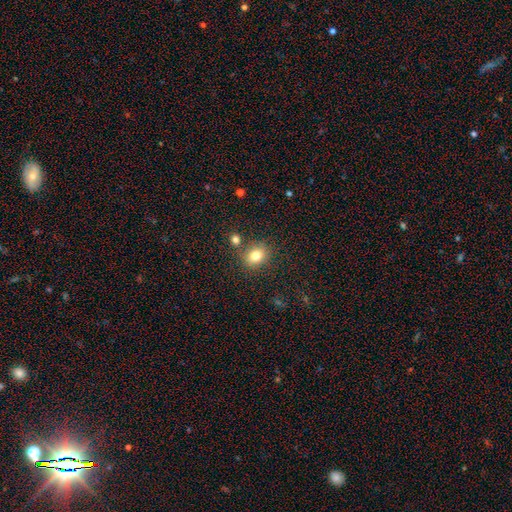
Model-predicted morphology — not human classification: Smooth or featured?
  - smooth: 79% *
  - star or artifact: 12%
  - featured or disk: 9%
How rounded?
  - round: 59% *
  - in between: 40%
  - cigar-shaped: 1%
Merging?
  - none: 75% *
  - minor disturbance: 11%
  - merger: 10%
  - major disturbance: 3%